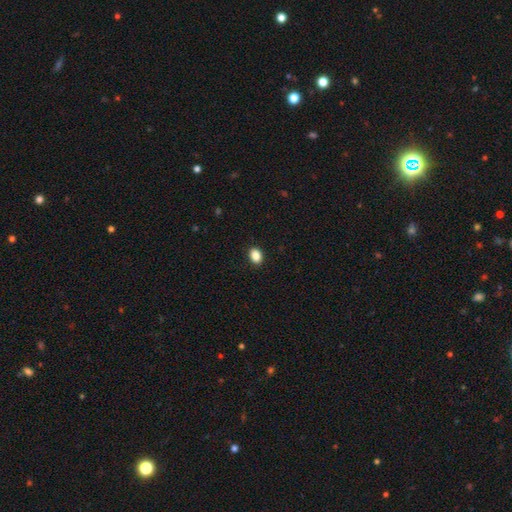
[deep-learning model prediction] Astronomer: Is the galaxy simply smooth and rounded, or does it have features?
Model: smooth — 88%.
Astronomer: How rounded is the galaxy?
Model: in between — 69%.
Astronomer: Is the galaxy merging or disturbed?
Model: none — 90%.